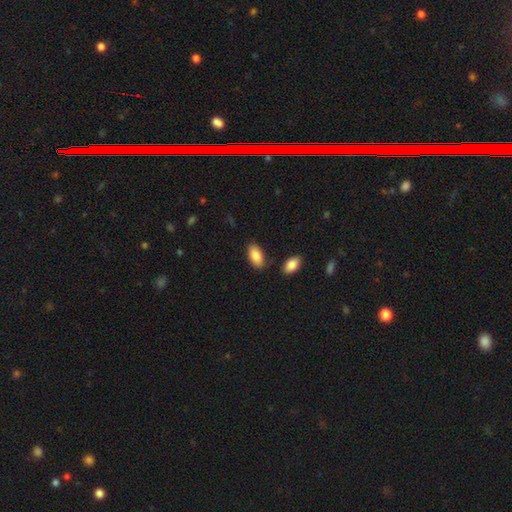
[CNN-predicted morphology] type=smooth (88%); roundness=in between (93%); merging=none (80%).